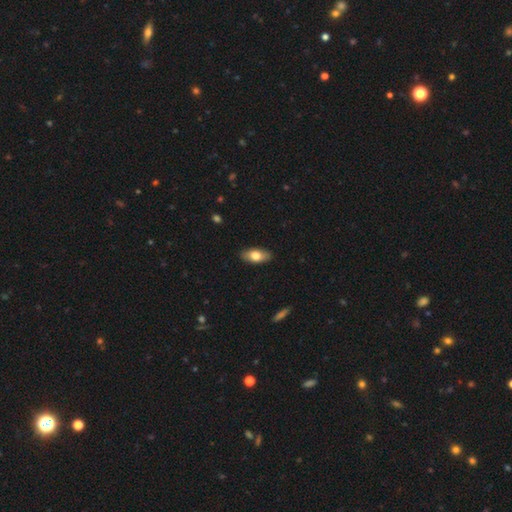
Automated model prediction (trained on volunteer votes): This is likely a smooth galaxy (75%). How rounded: clearly in between (89%). Merging: clearly none (88%).